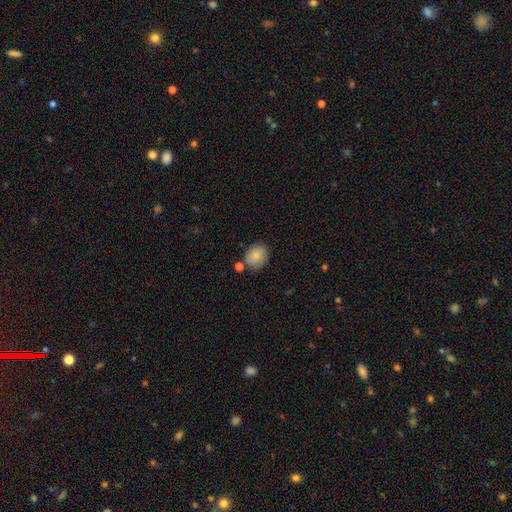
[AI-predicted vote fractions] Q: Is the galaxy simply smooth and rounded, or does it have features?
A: smooth — 84%.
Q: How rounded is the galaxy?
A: round — 55%.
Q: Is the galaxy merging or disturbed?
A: none — 74%.